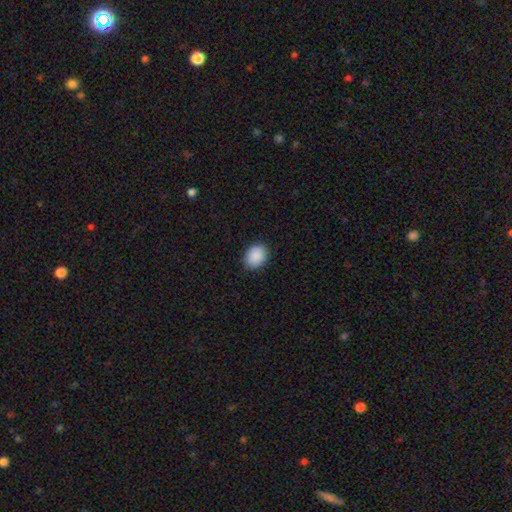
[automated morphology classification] A smooth galaxy with no disk features (90%) that is in between round and cigar-shaped (51%).

Vote fractions:
- Smooth or featured? smooth: 90% / star or artifact: 7% / featured or disk: 3%
- How rounded? in between: 51% / round: 48% / cigar-shaped: 1%
- Merging? none: 88% / minor disturbance: 9% / major disturbance: 2% / merger: 1%